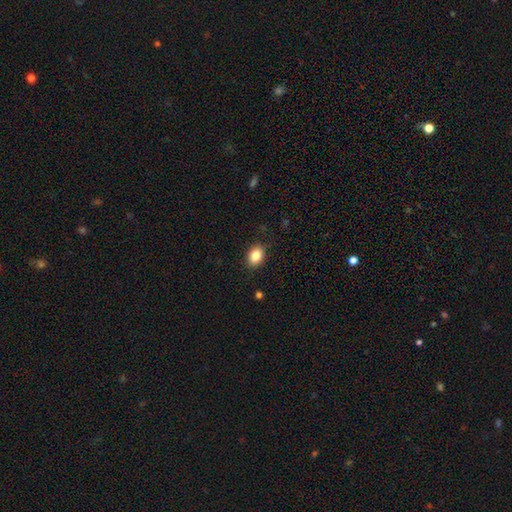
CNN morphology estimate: A smooth galaxy with no disk features (86%) that is in between round and cigar-shaped (68%). Merging: none (88%).